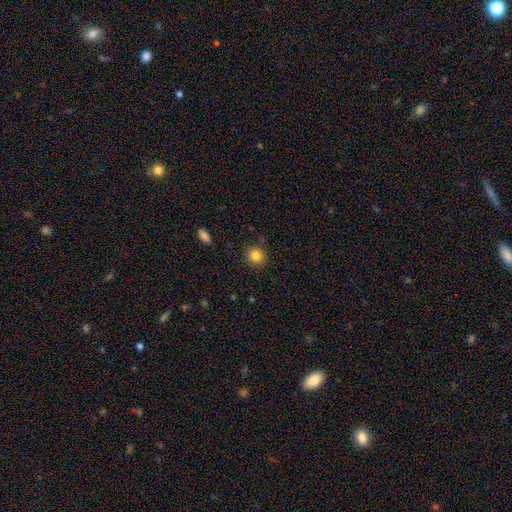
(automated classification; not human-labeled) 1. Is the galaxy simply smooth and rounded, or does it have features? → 83% smooth, 10% star or artifact, 6% featured or disk.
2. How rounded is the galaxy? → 82% round, 17% in between, 1% cigar-shaped.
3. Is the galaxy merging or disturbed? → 86% none, 10% minor disturbance, 2% major disturbance, 2% merger.